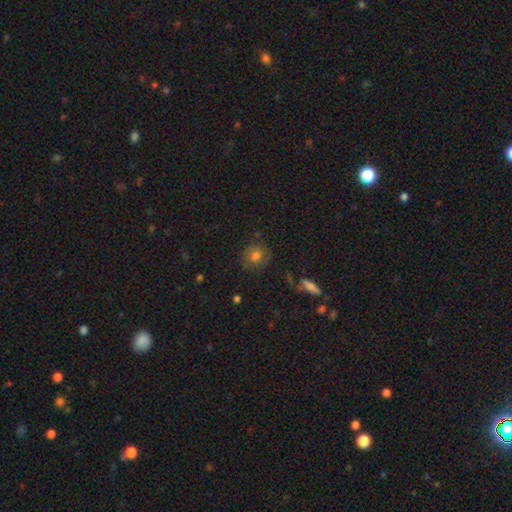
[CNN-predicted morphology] The model was most divided on "smooth or featured": smooth: 68%, featured or disk: 19%, star or artifact: 13%. More confident: how rounded — round (83%); merging — none (77%).